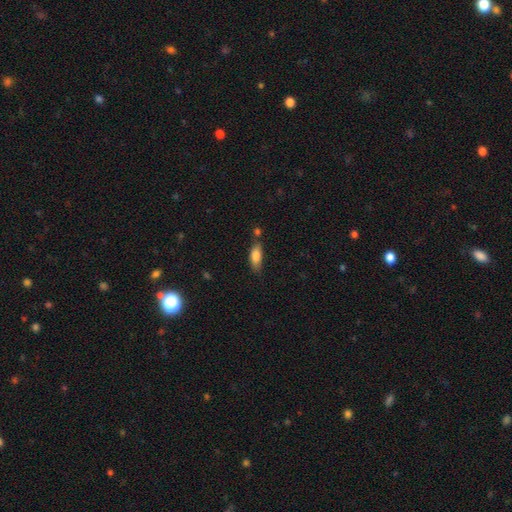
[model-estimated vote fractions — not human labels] Morphology: type=smooth (81%); roundness=in between (74%); merging=none (59%).